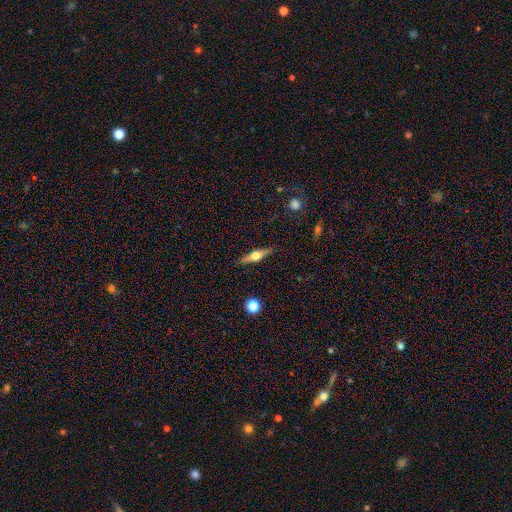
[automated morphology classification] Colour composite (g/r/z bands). It shows a featured or disk galaxy (61%) viewed edge-on (96%) with a rounded central bulge (94%). Merging: none (89%).